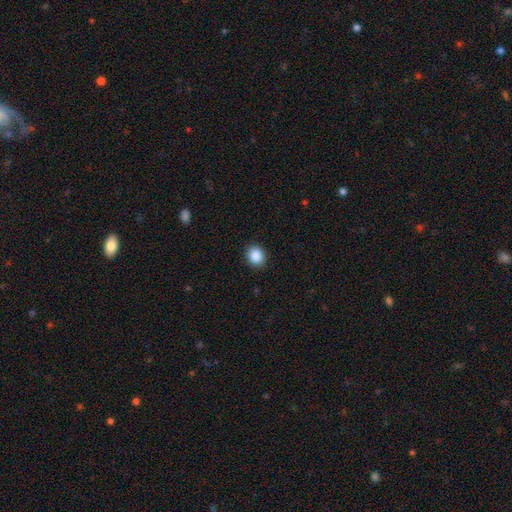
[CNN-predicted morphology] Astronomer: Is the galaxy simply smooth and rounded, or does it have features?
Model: smooth — 88%.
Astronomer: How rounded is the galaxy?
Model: round — 68%.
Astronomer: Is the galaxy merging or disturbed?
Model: none — 90%.